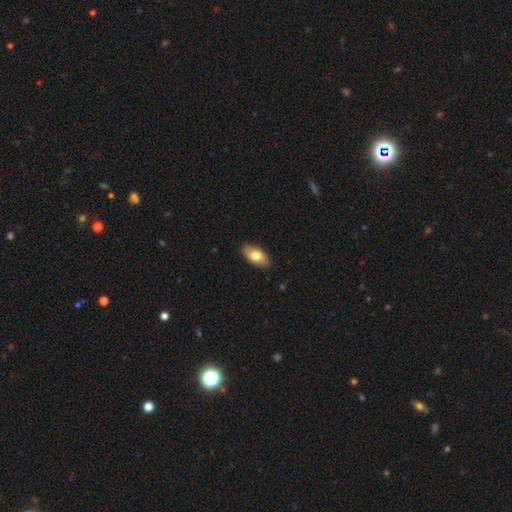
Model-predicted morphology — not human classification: Smooth or featured?
  - smooth: 77% *
  - featured or disk: 16%
  - star or artifact: 6%
How rounded?
  - in between: 93% *
  - round: 4%
  - cigar-shaped: 3%
Merging?
  - none: 87% *
  - minor disturbance: 10%
  - major disturbance: 2%
  - merger: 1%